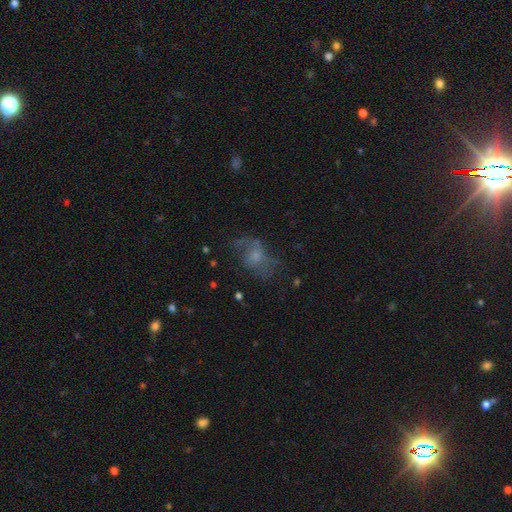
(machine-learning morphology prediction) type=featured or disk (45%); merging=none (43%).